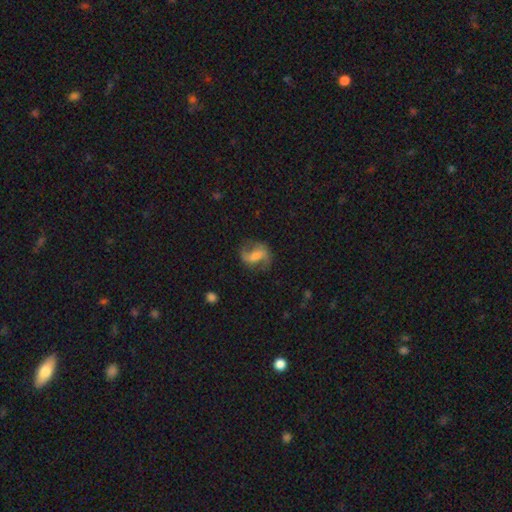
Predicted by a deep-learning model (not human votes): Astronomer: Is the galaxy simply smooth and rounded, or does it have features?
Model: featured or disk — 75%.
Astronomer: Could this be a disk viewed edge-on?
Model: no — 97%.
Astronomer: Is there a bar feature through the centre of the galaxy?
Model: weak — 44% (runner-up: strong, 30%).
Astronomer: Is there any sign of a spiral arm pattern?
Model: yes — 92%.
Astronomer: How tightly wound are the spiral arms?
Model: loose — 49% (runner-up: medium, 40%).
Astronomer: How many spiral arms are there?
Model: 2 — 89%.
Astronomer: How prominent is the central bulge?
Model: moderate — 40% (runner-up: small, 34%).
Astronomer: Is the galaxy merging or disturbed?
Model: none — 73%.